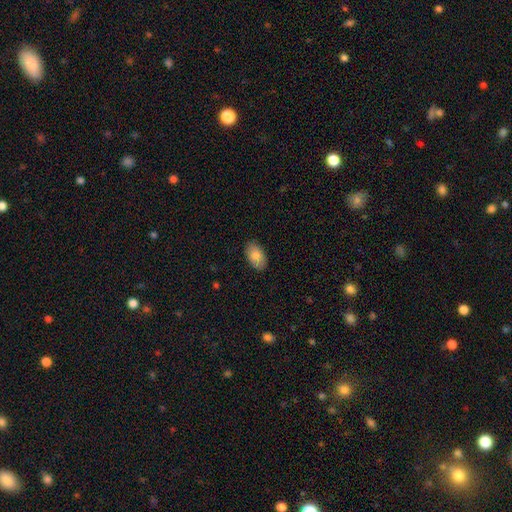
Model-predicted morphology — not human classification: A smooth galaxy with no disk features (81%) that is in between round and cigar-shaped (93%). Merging: none (88%).